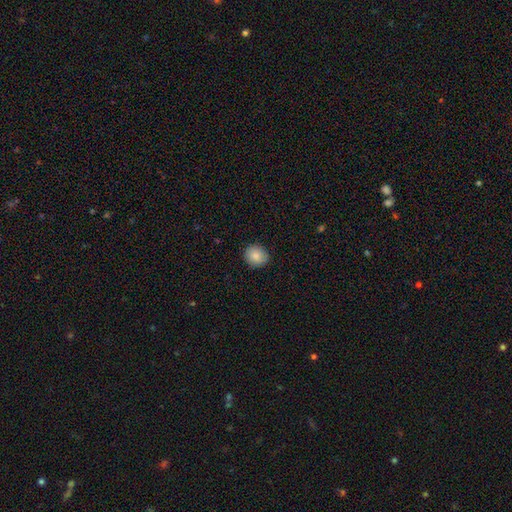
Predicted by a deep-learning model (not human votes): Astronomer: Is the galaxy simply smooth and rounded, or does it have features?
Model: smooth — 87%.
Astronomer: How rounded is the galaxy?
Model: round — 75%.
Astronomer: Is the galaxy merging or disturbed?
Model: none — 88%.